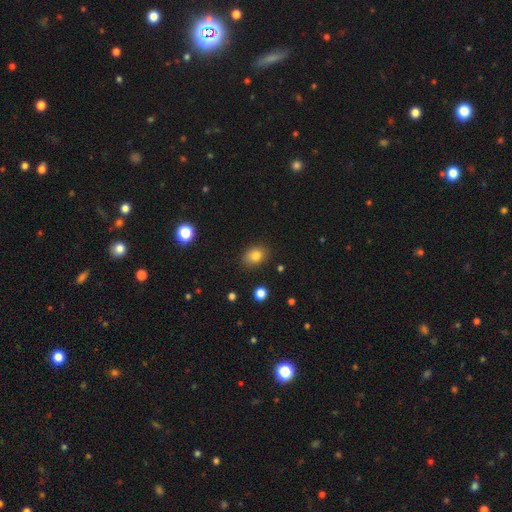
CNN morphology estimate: smooth 81%, star or artifact 11%, featured or disk 7%. Down the decision tree: how rounded — in between (61%); merging — none (84%).